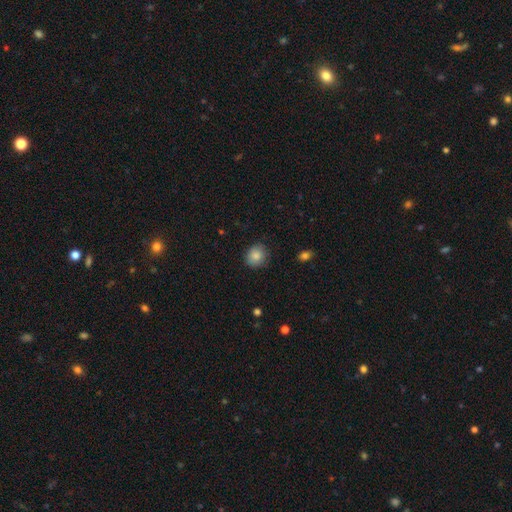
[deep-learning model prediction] Smooth or featured? smooth (85%)
How rounded? round (75%)
Merging? none (84%)